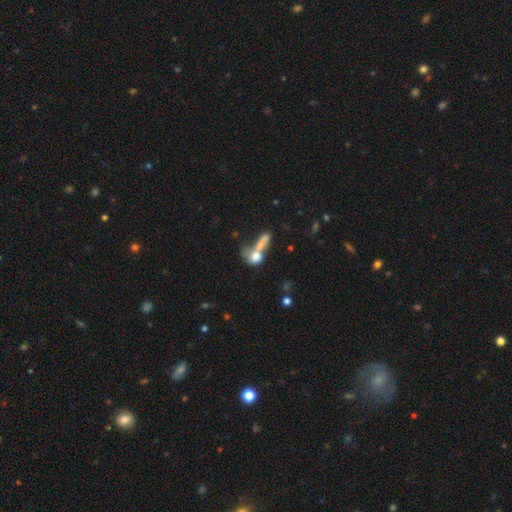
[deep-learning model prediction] Morphology: type=smooth (65%); roundness=in between (55%); merging=merger (64%).